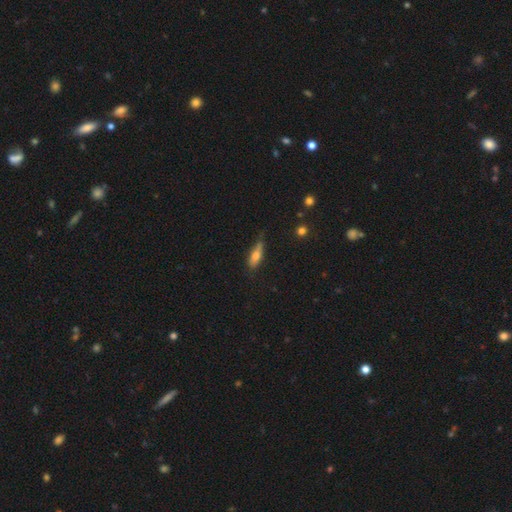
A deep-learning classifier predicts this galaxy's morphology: This appears to be a smooth galaxy with no disk features (71%) that is in between round and cigar-shaped (52%). Merging: none (57%).